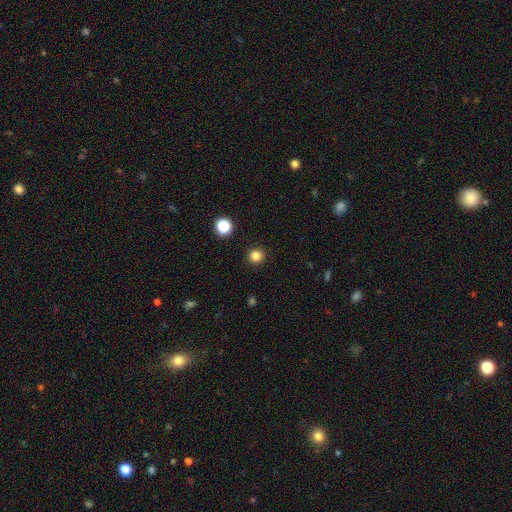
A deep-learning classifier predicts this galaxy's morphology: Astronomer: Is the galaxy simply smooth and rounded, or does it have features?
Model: smooth — 83%.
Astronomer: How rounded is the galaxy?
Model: round — 95%.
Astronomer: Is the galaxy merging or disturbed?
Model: none — 92%.